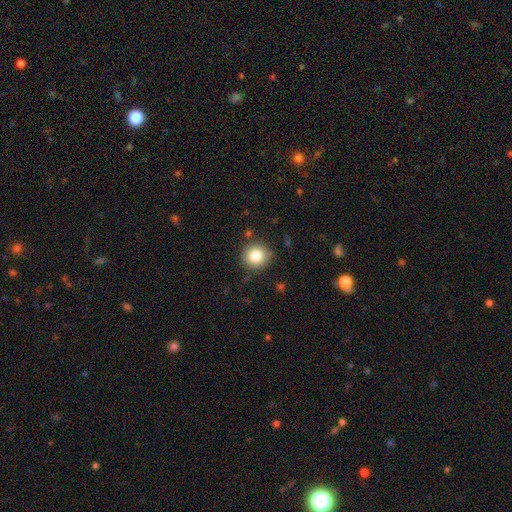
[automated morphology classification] The model was most divided on "smooth or featured": smooth: 82%, star or artifact: 10%, featured or disk: 7%. More confident: how rounded — round (92%); merging — none (87%).